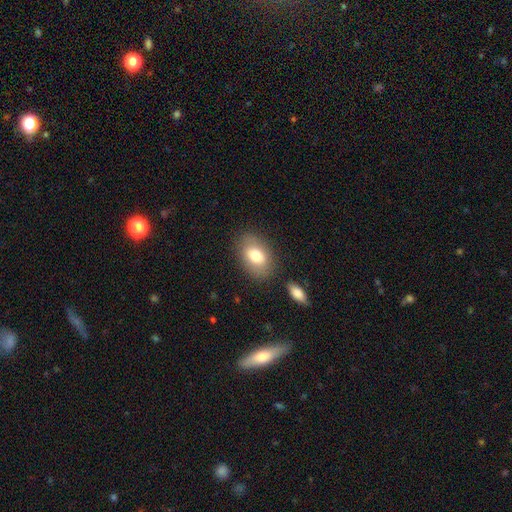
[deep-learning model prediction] The model was most divided on "smooth or featured": smooth: 76%, featured or disk: 16%, star or artifact: 8%. More confident: how rounded — in between (85%); merging — none (80%).